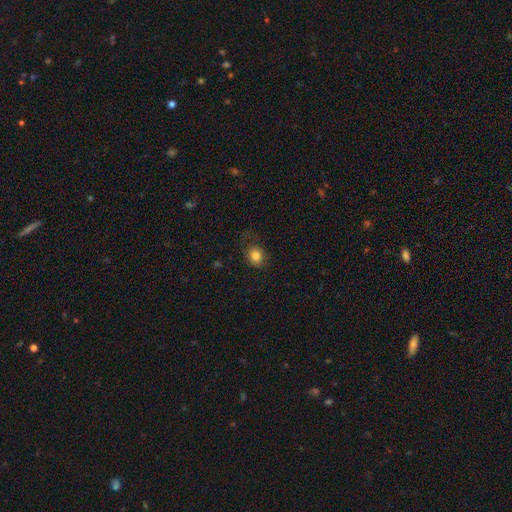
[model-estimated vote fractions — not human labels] Smooth or featured? Predicted: smooth (p=0.82). How rounded? Predicted: round (p=0.72). Merging? Predicted: none (p=0.75).